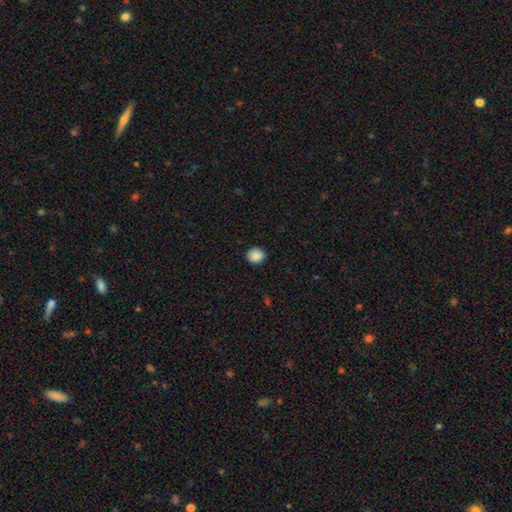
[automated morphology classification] This is clearly a smooth galaxy (89%). How rounded: clearly round (84%). Merging: clearly none (90%).